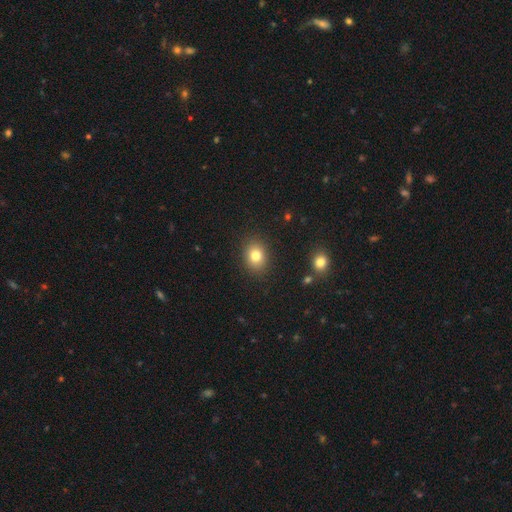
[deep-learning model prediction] Smooth or featured?
  - smooth: 81% *
  - star or artifact: 11%
  - featured or disk: 8%
How rounded?
  - round: 51% *
  - in between: 48%
  - cigar-shaped: 1%
Merging?
  - none: 88% *
  - minor disturbance: 8%
  - major disturbance: 3%
  - merger: 1%